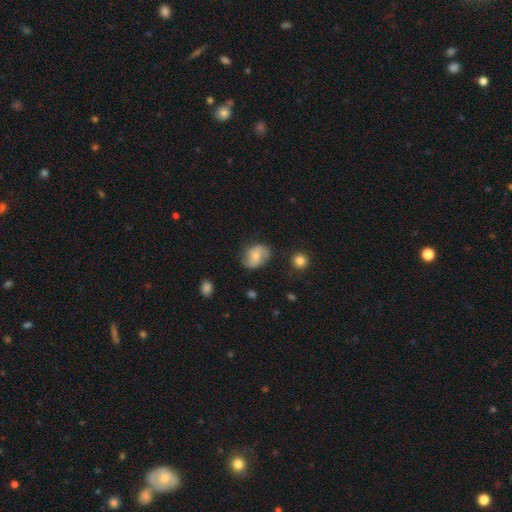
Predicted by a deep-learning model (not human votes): smooth_or_featured: featured or disk (p=0.52) [alt: smooth p=0.40]
disk_edge_on: no (p=0.97) [alt: yes p=0.03]
bar: no (p=0.58) [alt: weak p=0.34]
has_spiral_arms: yes (p=0.87) [alt: no p=0.13]
bulge_size: small (p=0.46) [alt: moderate p=0.44]
merging: none (p=0.68) [alt: minor disturbance p=0.22]